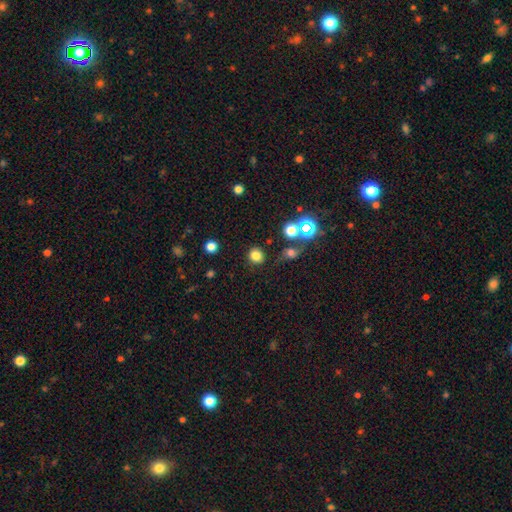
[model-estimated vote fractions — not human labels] smooth-or-featured: smooth: 79% | star or artifact: 16% | featured or disk: 6%
  how-rounded: round: 86% | in between: 13% | cigar-shaped: 1%
  merging: none: 84% | minor disturbance: 9% | merger: 4% | major disturbance: 4%